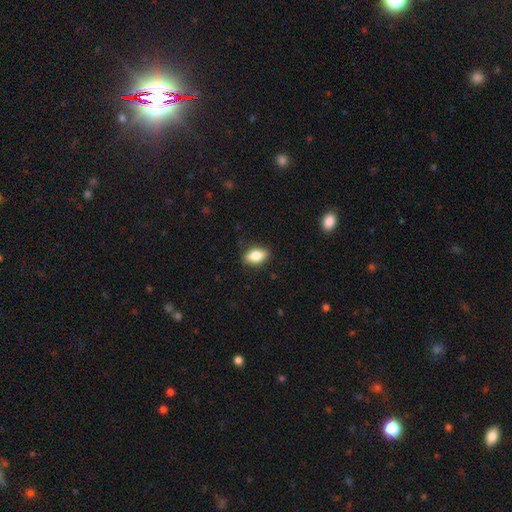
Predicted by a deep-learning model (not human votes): Q: Smooth or featured?
A: smooth (82%); runner-up: featured or disk (11%)
Q: How rounded?
A: in between (86%); runner-up: round (10%)
Q: Merging?
A: none (85%); runner-up: minor disturbance (12%)